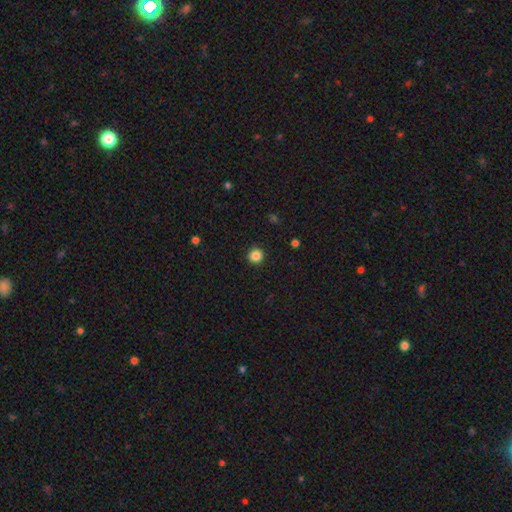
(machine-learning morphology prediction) smooth_or_featured: smooth (p=0.86) [alt: star or artifact p=0.11]
how_rounded: round (p=0.95) [alt: in between p=0.04]
merging: none (p=0.93) [alt: minor disturbance p=0.05]